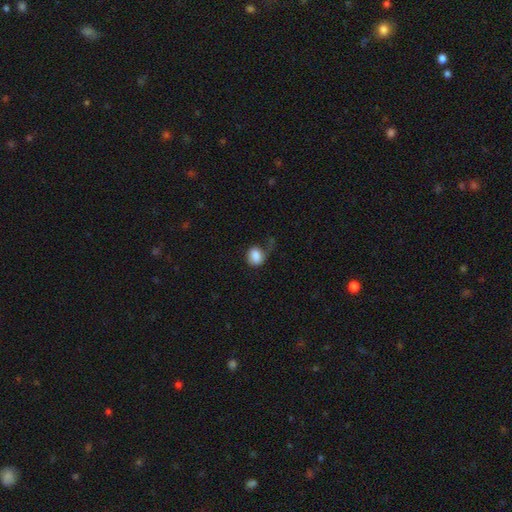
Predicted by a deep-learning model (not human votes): Morphology: type=smooth (80%); roundness=round (51%); merging=none (40%).